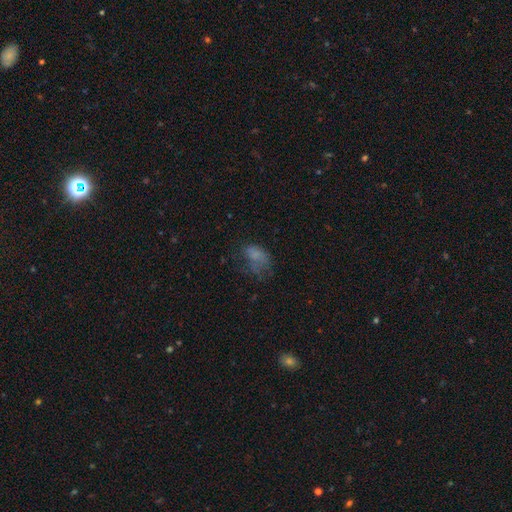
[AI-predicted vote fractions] Smooth or featured?
  - smooth: 56% *
  - featured or disk: 25%
  - star or artifact: 19%
How rounded?
  - in between: 81% *
  - round: 17%
  - cigar-shaped: 2%
Merging?
  - major disturbance: 39% *
  - none: 33%
  - minor disturbance: 24%
  - merger: 3%